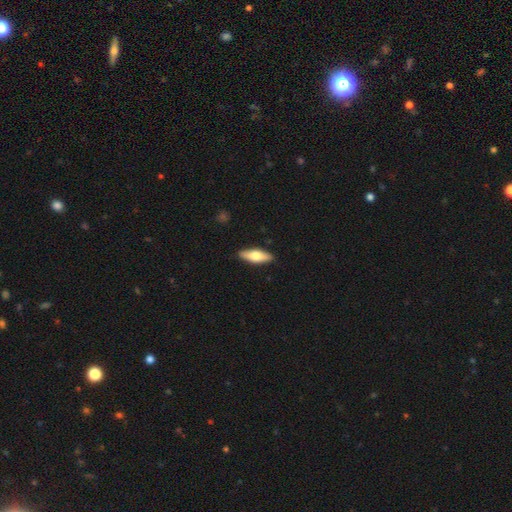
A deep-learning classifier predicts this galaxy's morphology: Smooth or featured? smooth (60%)
How rounded? in between (58%)
Merging? none (89%)